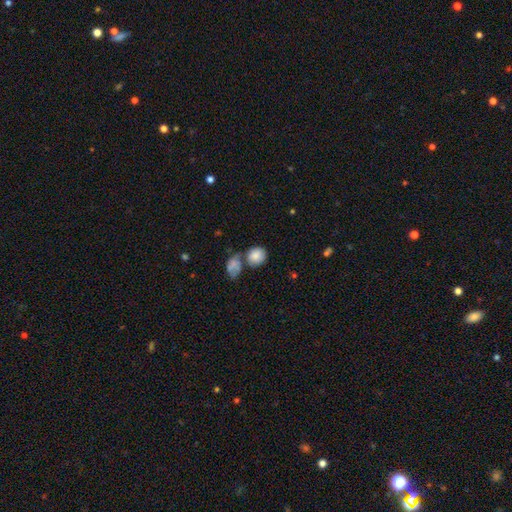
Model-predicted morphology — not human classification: Smooth or featured: smooth — 83% (featured or disk — 9%)
How rounded: round — 68% (in between — 31%)
Merging: none — 46% (merger — 33%)